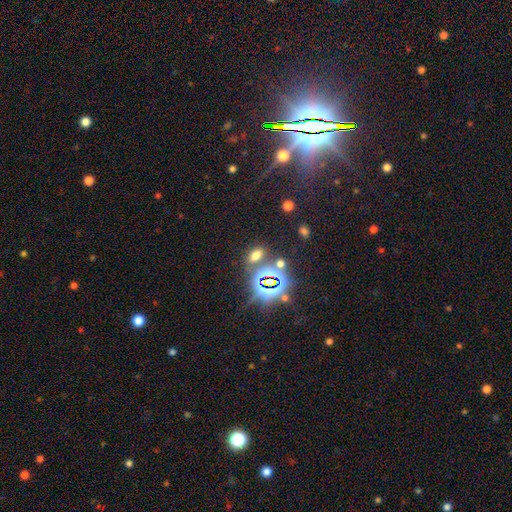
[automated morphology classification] type=smooth (53%); roundness=in between (81%); merging=none (75%).